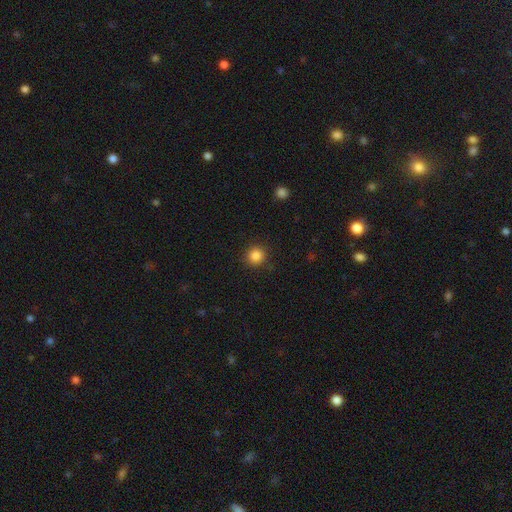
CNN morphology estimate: Q: Smooth or featured?
A: smooth (85%); runner-up: star or artifact (11%)
Q: How rounded?
A: round (94%); runner-up: in between (5%)
Q: Merging?
A: none (90%); runner-up: minor disturbance (6%)